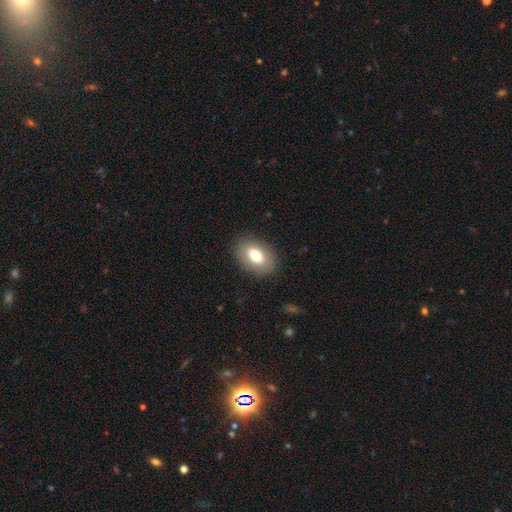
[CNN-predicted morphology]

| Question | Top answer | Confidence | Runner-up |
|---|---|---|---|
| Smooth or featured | smooth | 74% | featured or disk (18%) |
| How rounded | in between | 86% | round (13%) |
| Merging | none | 87% | minor disturbance (9%) |